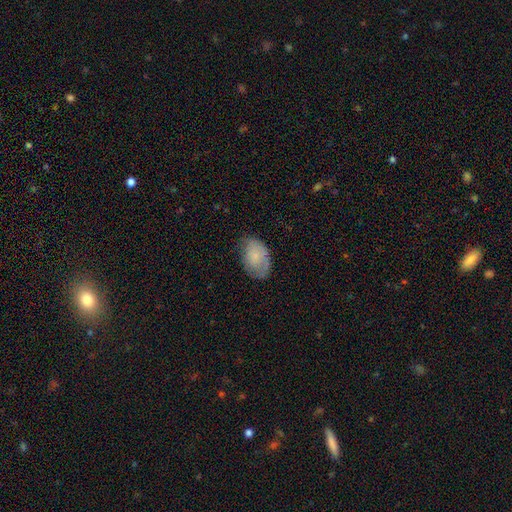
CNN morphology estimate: Overall: smooth (70%). How rounded: in between (88%). Merging: none (58%; minor disturbance 30%).